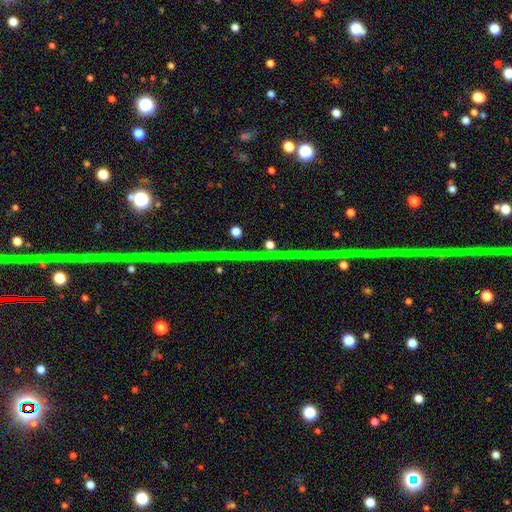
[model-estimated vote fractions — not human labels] Smooth or featured? Predicted: star or artifact (p=0.79).